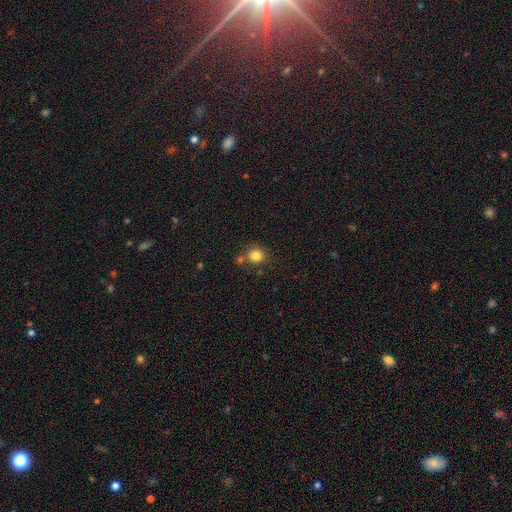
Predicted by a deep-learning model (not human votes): smooth-or-featured: smooth: 83% | star or artifact: 11% | featured or disk: 6%
  how-rounded: round: 87% | in between: 12% | cigar-shaped: 1%
  merging: none: 70% | merger: 16% | minor disturbance: 11% | major disturbance: 4%